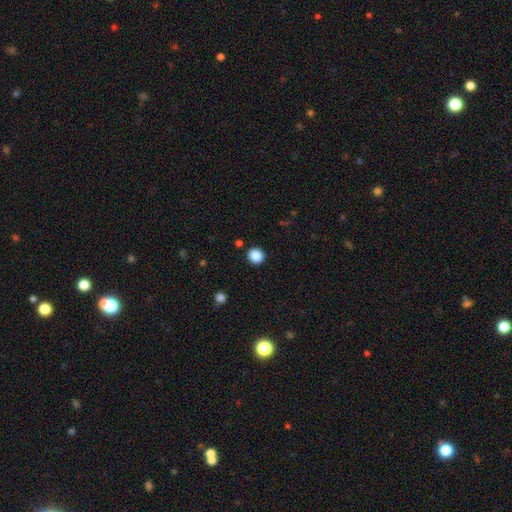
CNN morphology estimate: A smooth galaxy with no disk features (87%) that is round (85%). Merging: none (89%).